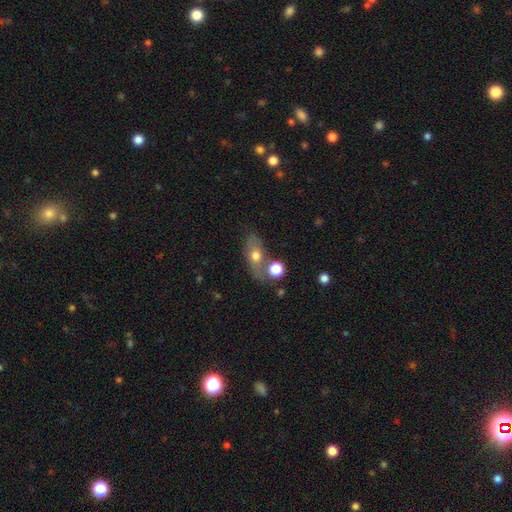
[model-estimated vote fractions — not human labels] Smooth or featured? smooth (62%)
How rounded? in between (72%)
Merging? none (52%)